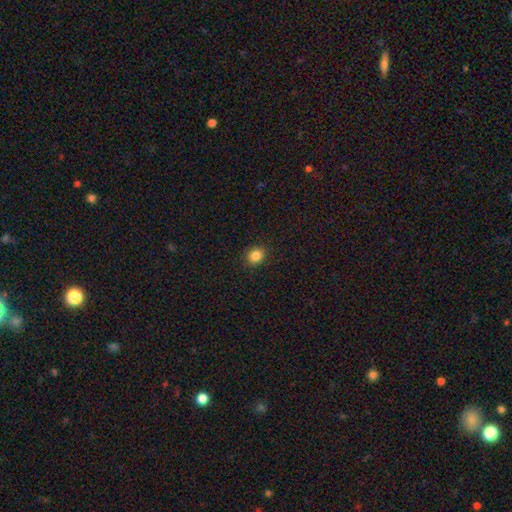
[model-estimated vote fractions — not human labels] smooth_or_featured: smooth (p=0.84) [alt: star or artifact p=0.11]
how_rounded: round (p=0.71) [alt: in between p=0.28]
merging: none (p=0.90) [alt: minor disturbance p=0.07]